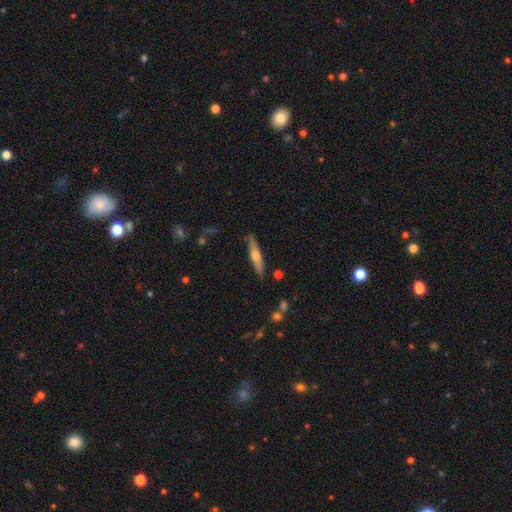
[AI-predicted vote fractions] featured or disk 50%, smooth 44%, star or artifact 6%. Down the decision tree: merging — none (86%).